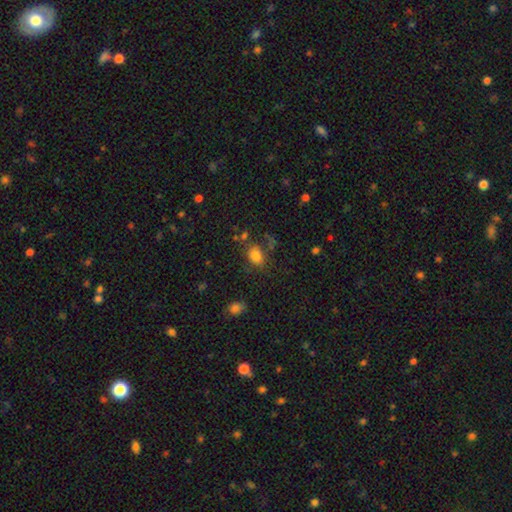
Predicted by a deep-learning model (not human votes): Overall: smooth (79%). How rounded: in between (71%). Merging: none (67%).